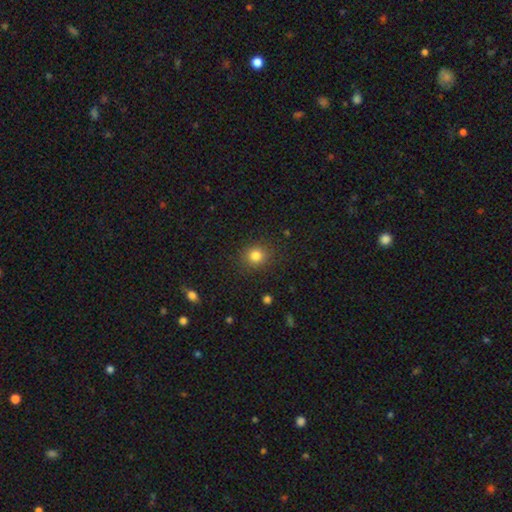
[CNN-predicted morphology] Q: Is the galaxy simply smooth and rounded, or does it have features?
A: smooth — 82%.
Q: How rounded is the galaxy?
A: round — 84%.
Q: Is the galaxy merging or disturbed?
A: none — 88%.